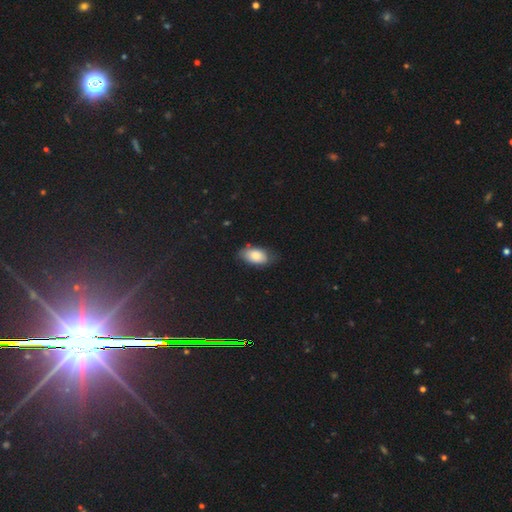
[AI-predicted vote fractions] Morphology: type=smooth (83%); roundness=in between (93%); merging=none (68%).